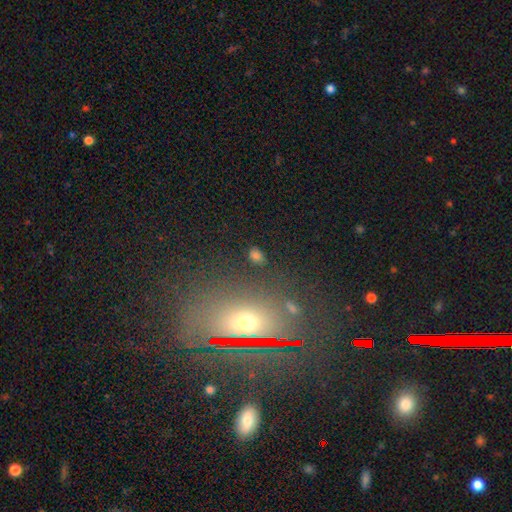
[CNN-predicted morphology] This appears to be a smooth galaxy with no disk features (74%) that is in between round and cigar-shaped (70%). Merging: none (82%).